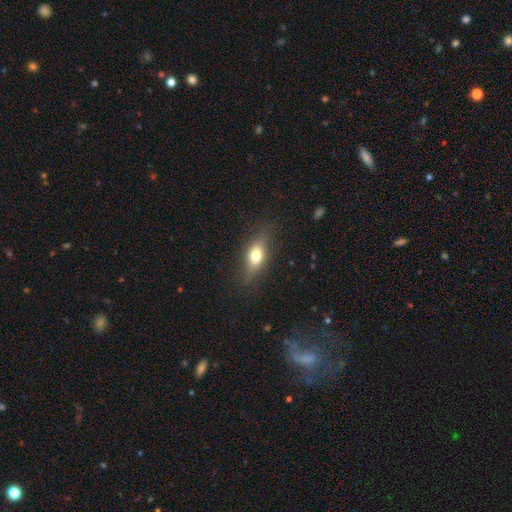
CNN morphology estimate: A smooth galaxy with no disk features (65%) that is in between round and cigar-shaped (68%).

Vote fractions:
- Smooth or featured? smooth: 65% / featured or disk: 26% / star or artifact: 9%
- How rounded? in between: 68% / cigar-shaped: 23% / round: 10%
- Merging? none: 79% / minor disturbance: 15% / major disturbance: 5% / merger: 1%